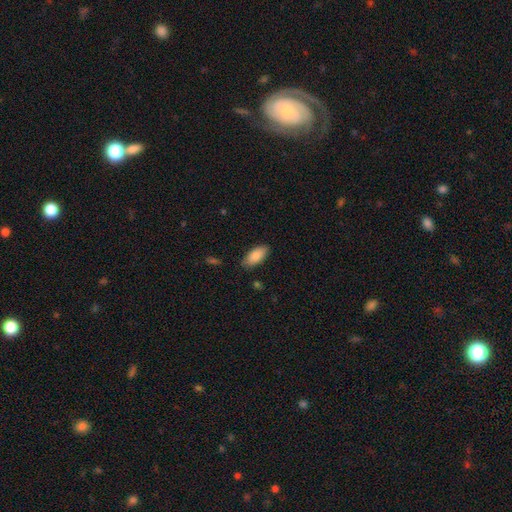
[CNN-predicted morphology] The model was most divided on "merging": none: 84%, minor disturbance: 13%, major disturbance: 2%, merger: 1%. More confident: how rounded — in between (89%); smooth or featured — smooth (85%).